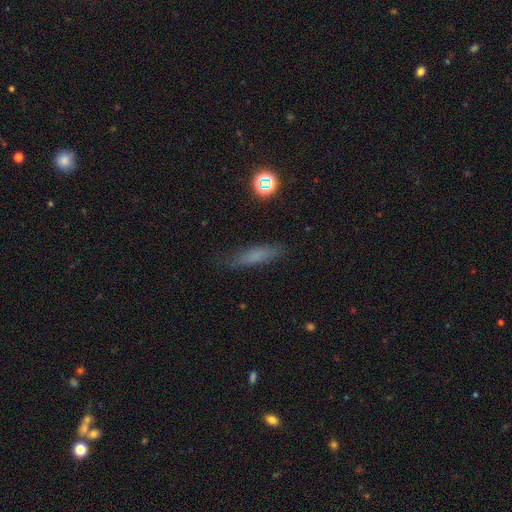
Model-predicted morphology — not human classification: The model was most divided on "smooth or featured": smooth: 67%, featured or disk: 19%, star or artifact: 14%. More confident: merging — none (76%); how rounded — cigar-shaped (72%).